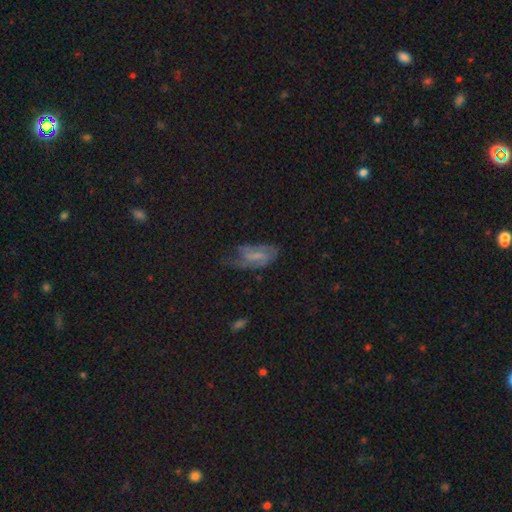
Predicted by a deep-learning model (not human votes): This appears to be a featured or disk galaxy (51%). Merging: none (43%).